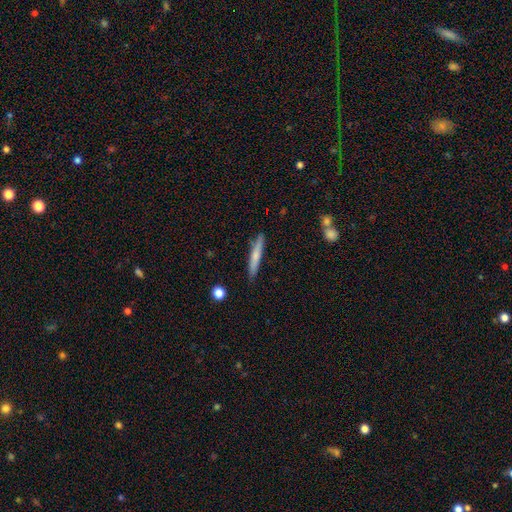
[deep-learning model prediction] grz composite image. It shows a smooth galaxy with no disk features (65%) that is cigar-shaped (94%). Merging: none (86%).